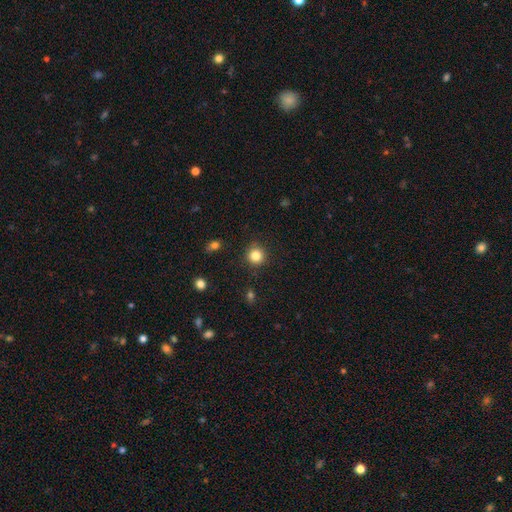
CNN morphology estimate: The model was most divided on "smooth or featured": smooth: 84%, star or artifact: 11%, featured or disk: 5%. More confident: how rounded — round (92%); merging — none (89%).